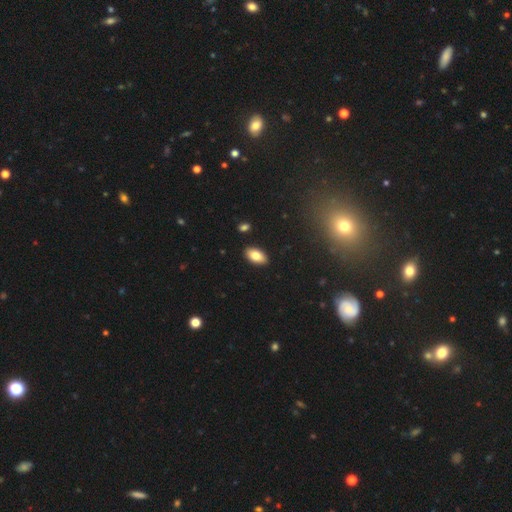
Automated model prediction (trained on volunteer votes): Morphology: type=smooth (81%); roundness=in between (94%); merging=none (89%).